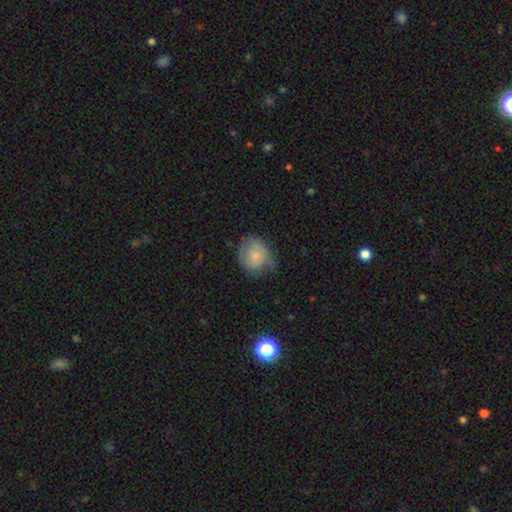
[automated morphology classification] Smooth or featured: smooth — 49% (featured or disk — 43%)
Merging: none — 58% (minor disturbance — 29%)